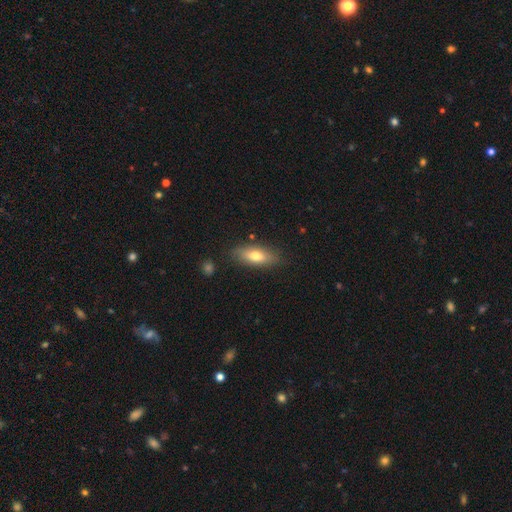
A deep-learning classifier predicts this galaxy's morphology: Smooth or featured: smooth — 68% (featured or disk — 25%)
How rounded: in between — 71% (cigar-shaped — 25%)
Merging: none — 82% (minor disturbance — 12%)